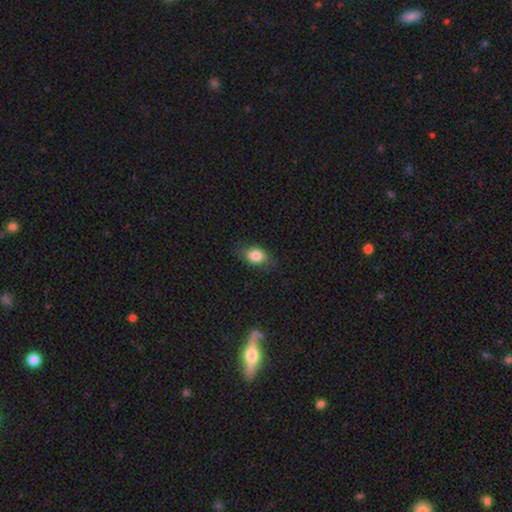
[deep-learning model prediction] smooth_or_featured: smooth (p=0.82) [alt: featured or disk p=0.09]
how_rounded: in between (p=0.81) [alt: round p=0.17]
merging: none (p=0.77) [alt: minor disturbance p=0.17]